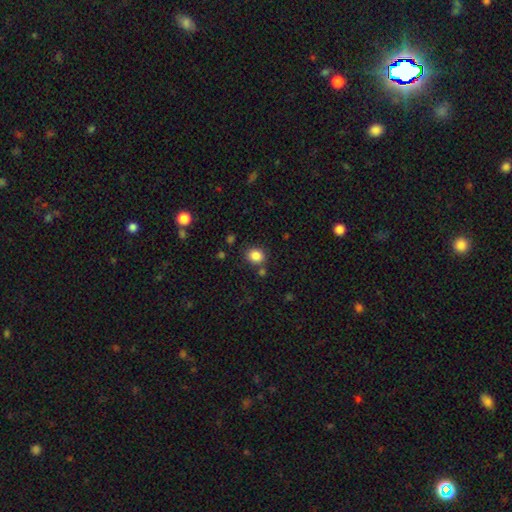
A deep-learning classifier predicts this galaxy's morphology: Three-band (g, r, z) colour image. It shows a smooth galaxy with no disk features (85%) that is round (57%). Merging: none (80%).